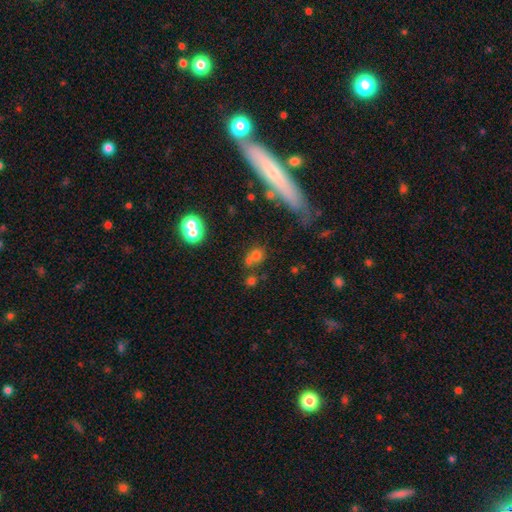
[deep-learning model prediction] Morphology: type=smooth (67%); roundness=round (75%); merging=none (53%).